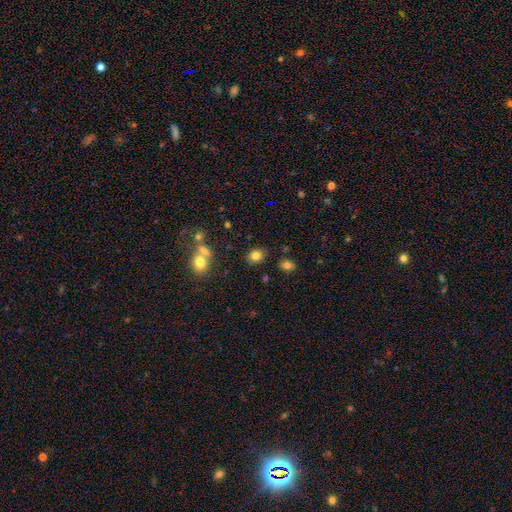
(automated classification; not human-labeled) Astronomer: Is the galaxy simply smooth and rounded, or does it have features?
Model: smooth — 82%.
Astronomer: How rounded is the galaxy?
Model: round — 56% (runner-up: in between, 43%).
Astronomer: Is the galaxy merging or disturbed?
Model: none — 82%.